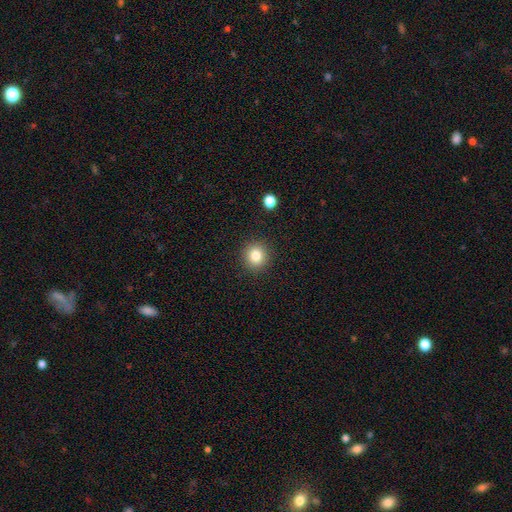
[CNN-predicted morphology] Q: Smooth or featured?
A: smooth (83%); runner-up: star or artifact (11%)
Q: How rounded?
A: round (91%); runner-up: in between (8%)
Q: Merging?
A: none (90%); runner-up: minor disturbance (6%)